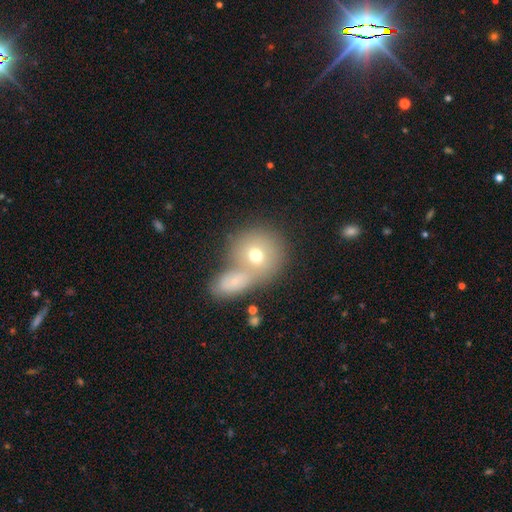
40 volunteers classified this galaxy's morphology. Volunteers were most divided on "merging": merger: 64%, none: 33%, minor disturbance: 3%, major disturbance: 0%. More confident: how rounded — round (93%); smooth or featured — smooth (75%).